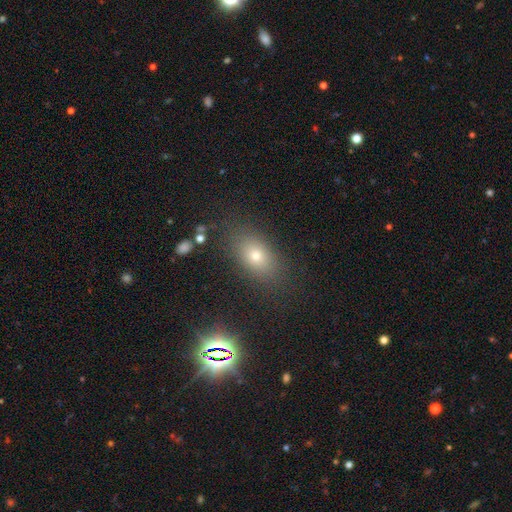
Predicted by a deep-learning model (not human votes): smooth_or_featured: smooth (p=0.69) [alt: star or artifact p=0.16]
how_rounded: in between (p=0.79) [alt: round p=0.17]
merging: none (p=0.82) [alt: minor disturbance p=0.11]